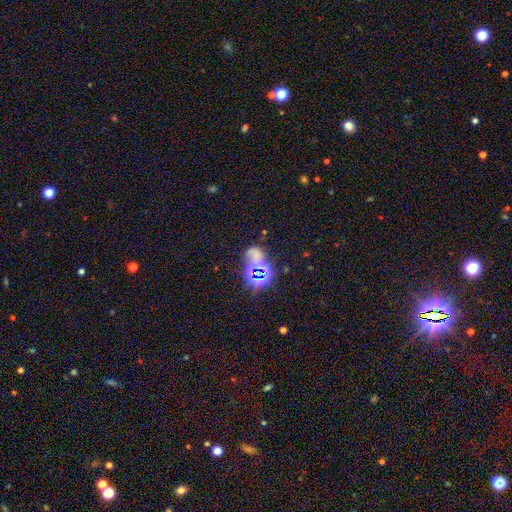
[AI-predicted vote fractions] The model was most divided on "smooth or featured": star or artifact: 53%, smooth: 32%, featured or disk: 15%.